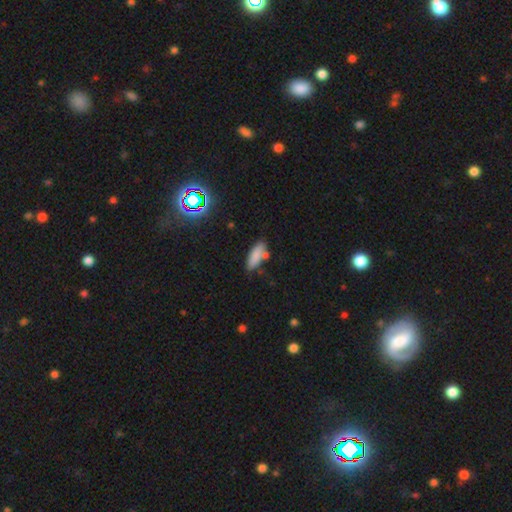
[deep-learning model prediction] A smooth galaxy with no disk features (80%) that is in between round and cigar-shaped (66%). Merging: none (65%).